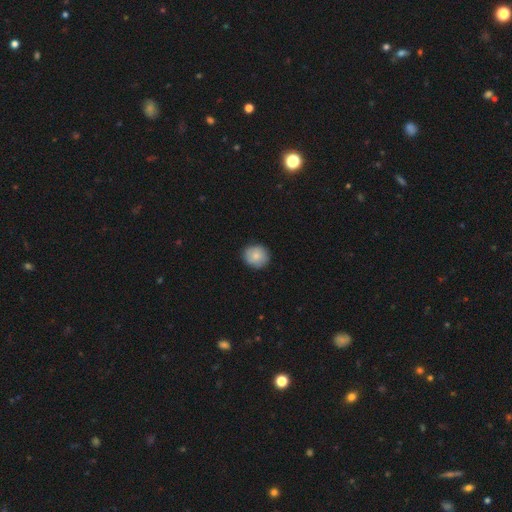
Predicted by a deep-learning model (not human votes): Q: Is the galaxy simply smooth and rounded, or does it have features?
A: smooth — 84%.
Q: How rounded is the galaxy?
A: round — 86%.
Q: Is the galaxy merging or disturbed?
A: none — 89%.